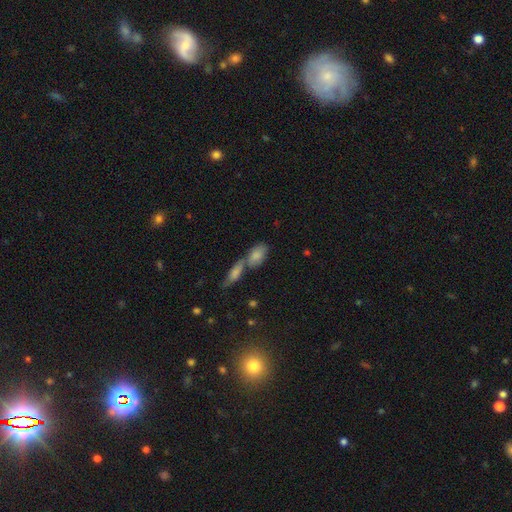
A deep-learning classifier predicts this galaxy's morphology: Smooth or featured? Predicted: smooth (p=0.59). How rounded? Predicted: in between (p=0.73). Merging? Predicted: merger (p=0.51).